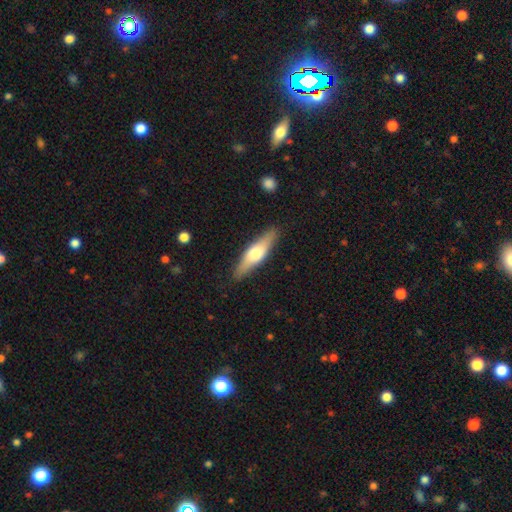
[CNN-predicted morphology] Smooth or featured? Predicted: featured or disk (p=0.52). Edge-on disk? Predicted: yes (p=0.90). Merging? Predicted: none (p=0.88).